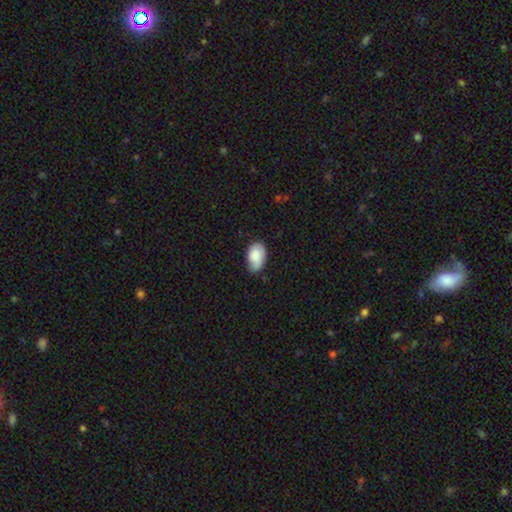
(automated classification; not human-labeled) The model was most divided on "merging": none: 54%, minor disturbance: 37%, major disturbance: 7%, merger: 2%. More confident: how rounded — in between (91%); smooth or featured — smooth (81%).